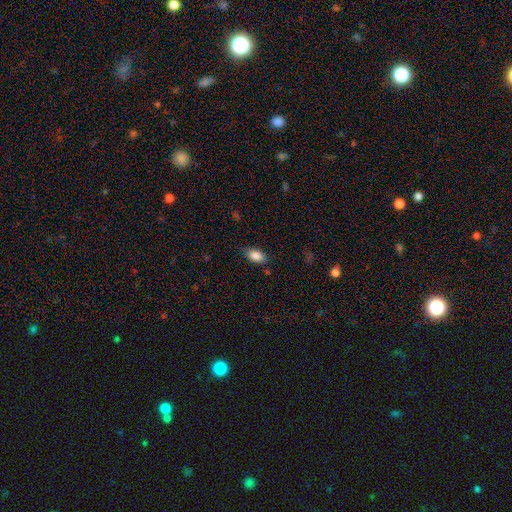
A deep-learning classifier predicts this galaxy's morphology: This is clearly a smooth galaxy (87%). How rounded: clearly in between (91%). Merging: likely none (78%).